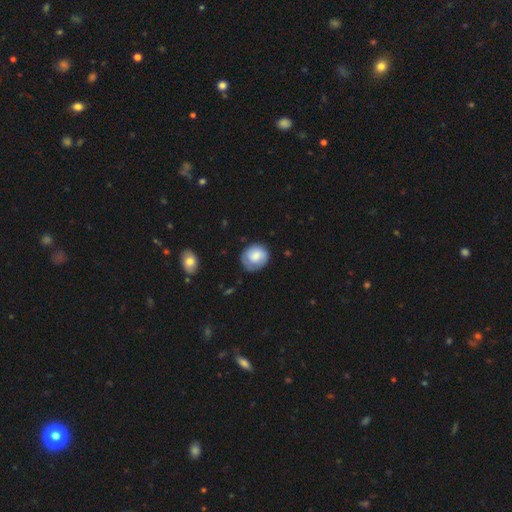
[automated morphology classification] Smooth or featured?
  - smooth: 74% *
  - featured or disk: 20%
  - star or artifact: 7%
How rounded?
  - round: 79% *
  - in between: 21%
  - cigar-shaped: 1%
Merging?
  - none: 70% *
  - minor disturbance: 23%
  - major disturbance: 6%
  - merger: 2%